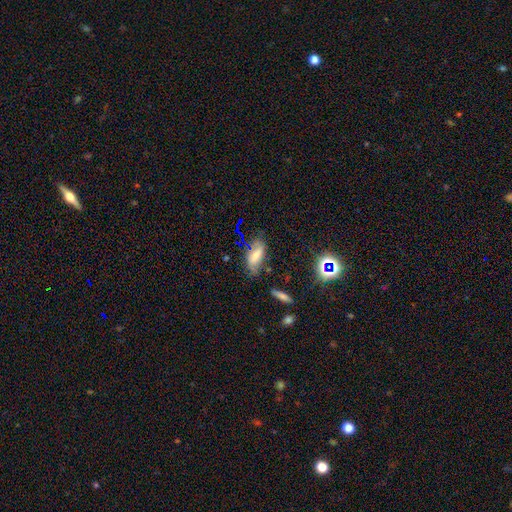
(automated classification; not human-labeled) Smooth or featured? Predicted: smooth (p=0.59). How rounded? Predicted: in between (p=0.83). Merging? Predicted: none (p=0.58).